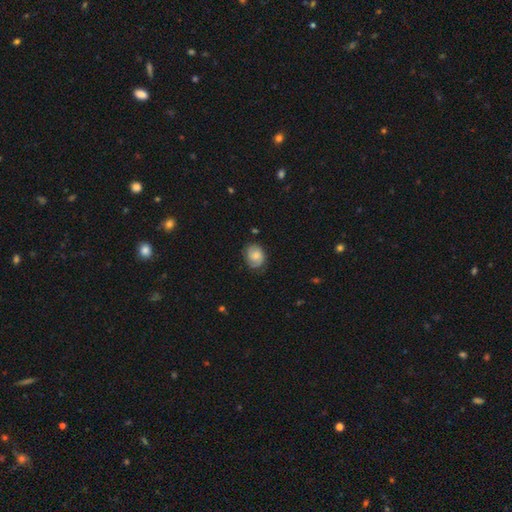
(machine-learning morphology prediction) featured or disk 54%, smooth 39%, star or artifact 8%. Down the decision tree: edge-on disk — no (97%); bar — no (67%); spiral arms — yes (90%); bulge size — moderate (41%); merging — none (71%).